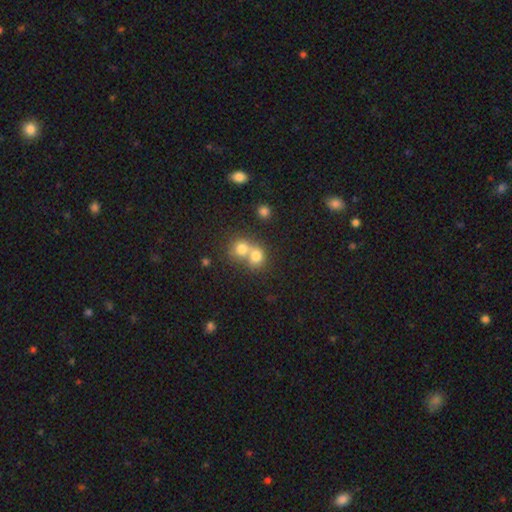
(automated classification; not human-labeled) The model was most divided on "merging": merger: 64%, none: 28%, minor disturbance: 5%, major disturbance: 3%. More confident: smooth or featured — smooth (74%); how rounded — round (74%).